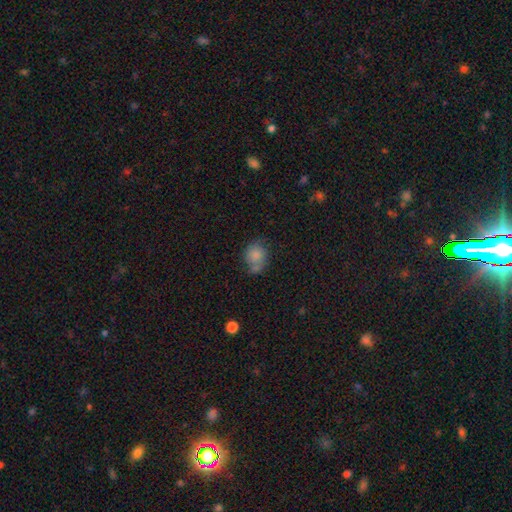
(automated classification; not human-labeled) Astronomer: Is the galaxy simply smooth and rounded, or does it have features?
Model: smooth — 74%.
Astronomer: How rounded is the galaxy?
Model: round — 63%.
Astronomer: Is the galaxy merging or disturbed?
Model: none — 48% (runner-up: minor disturbance, 26%).